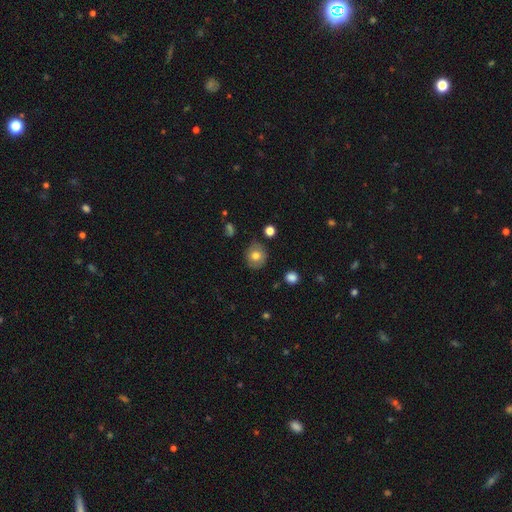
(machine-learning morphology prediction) A smooth galaxy with no disk features (74%) that is round (84%). Merging: none (82%).